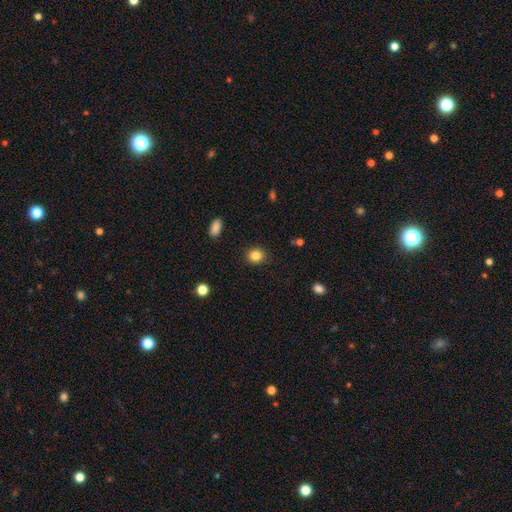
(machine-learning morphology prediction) Smooth or featured? smooth (85%)
How rounded? round (77%)
Merging? none (89%)